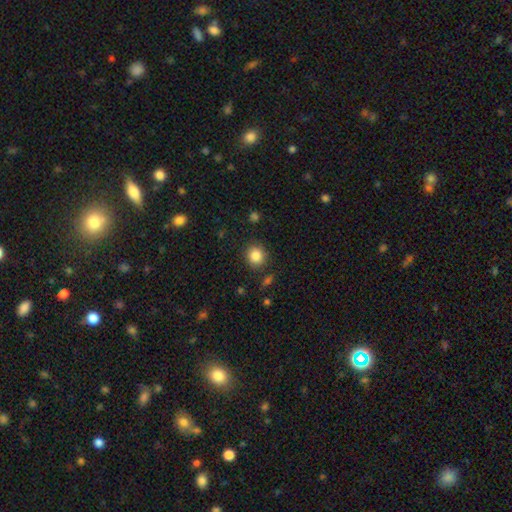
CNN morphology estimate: Smooth or featured: smooth — 85% (star or artifact — 10%)
How rounded: round — 84% (in between — 15%)
Merging: none — 85% (minor disturbance — 9%)